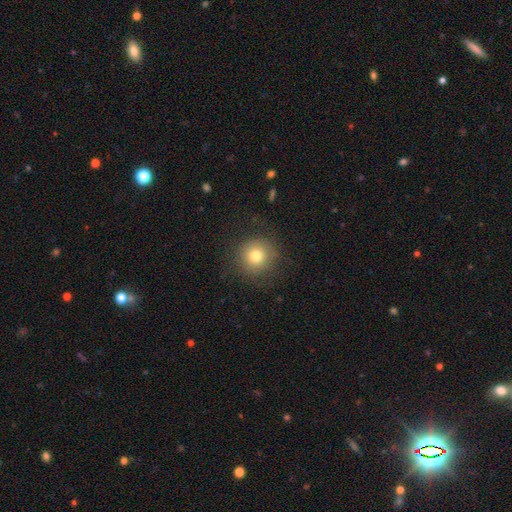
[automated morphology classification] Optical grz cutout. It shows a smooth galaxy with no disk features (76%) that is round (94%). Merging: none (84%).